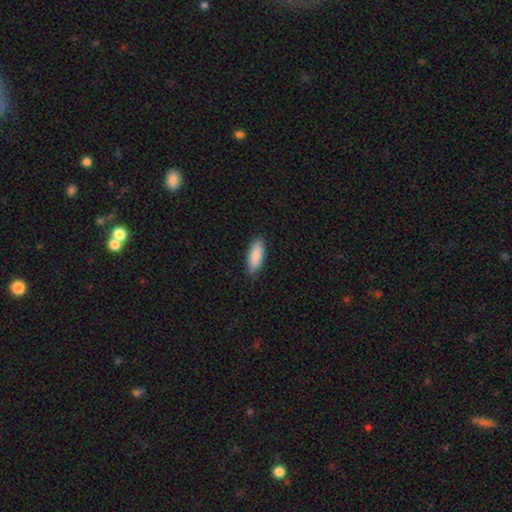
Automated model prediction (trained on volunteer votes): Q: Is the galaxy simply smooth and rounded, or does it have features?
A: smooth — 89%.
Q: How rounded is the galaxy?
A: in between — 71%.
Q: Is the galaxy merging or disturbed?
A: none — 85%.